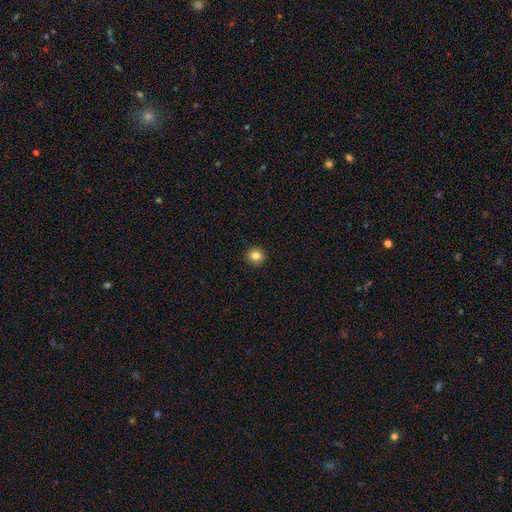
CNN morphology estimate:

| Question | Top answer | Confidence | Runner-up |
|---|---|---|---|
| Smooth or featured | smooth | 83% | star or artifact (11%) |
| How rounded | round | 94% | in between (5%) |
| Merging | none | 93% | minor disturbance (4%) |